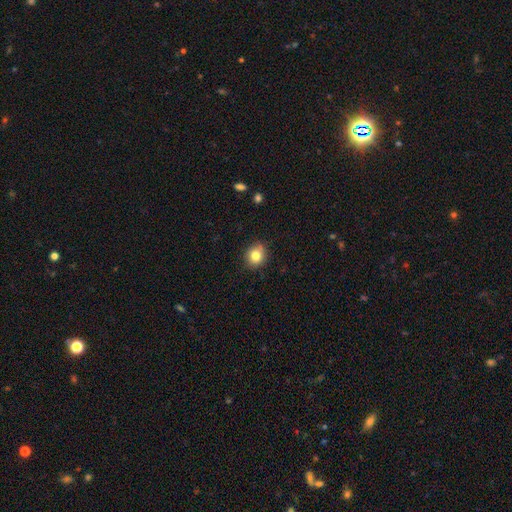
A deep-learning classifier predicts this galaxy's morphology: smooth 82%, star or artifact 11%, featured or disk 8%. Down the decision tree: how rounded — round (75%); merging — none (81%).